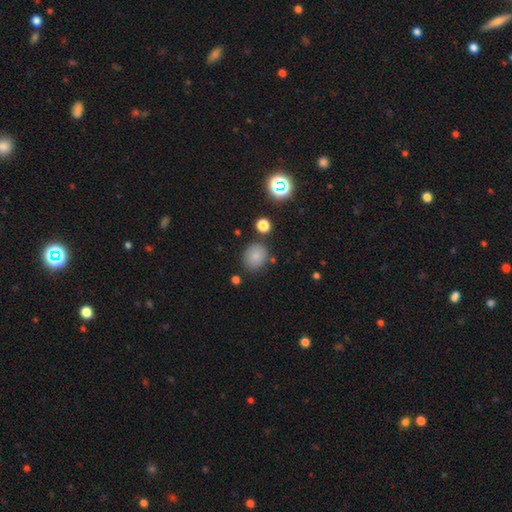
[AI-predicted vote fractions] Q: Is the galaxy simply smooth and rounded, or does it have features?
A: smooth — 81%.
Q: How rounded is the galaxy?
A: round — 69%.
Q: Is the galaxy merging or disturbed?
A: none — 80%.